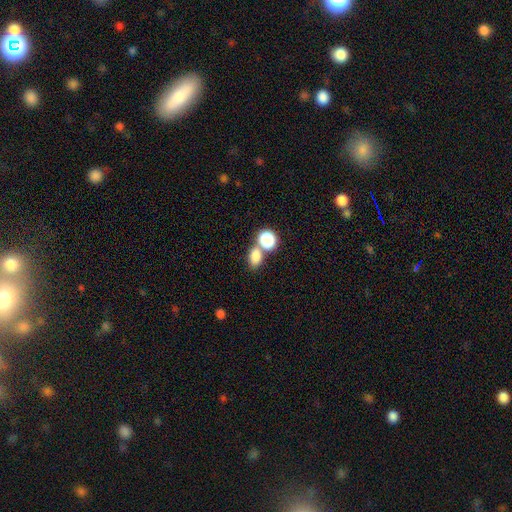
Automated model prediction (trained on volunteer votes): smooth-or-featured: smooth: 79% | star or artifact: 13% | featured or disk: 8%
  how-rounded: in between: 67% | round: 31% | cigar-shaped: 2%
  merging: none: 50% | merger: 37% | minor disturbance: 9% | major disturbance: 4%